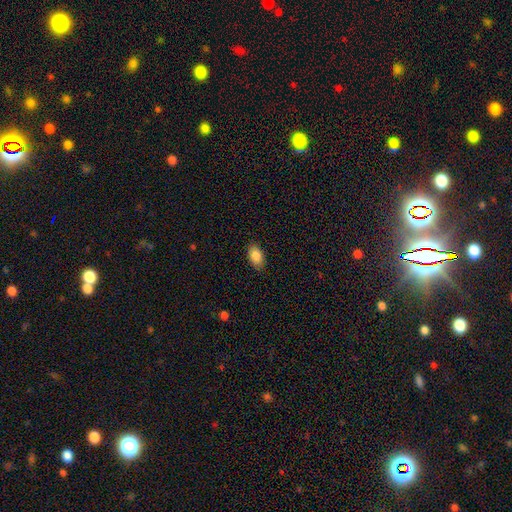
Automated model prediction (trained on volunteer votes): smooth_or_featured: smooth (p=0.87) [alt: star or artifact p=0.07]
how_rounded: in between (p=0.91) [alt: round p=0.07]
merging: none (p=0.86) [alt: minor disturbance p=0.11]